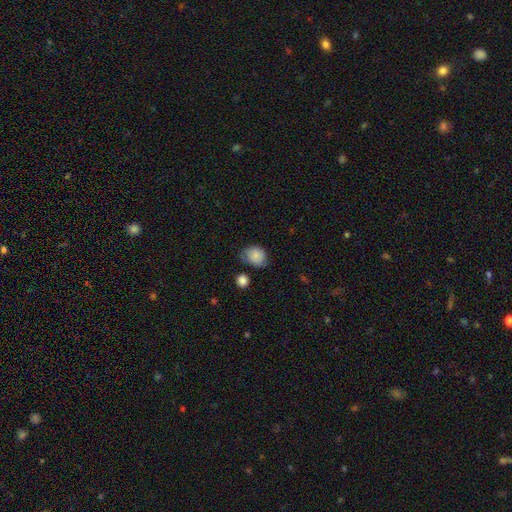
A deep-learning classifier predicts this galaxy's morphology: smooth 84%, star or artifact 8%, featured or disk 7%. Down the decision tree: how rounded — round (53%); merging — none (57%).